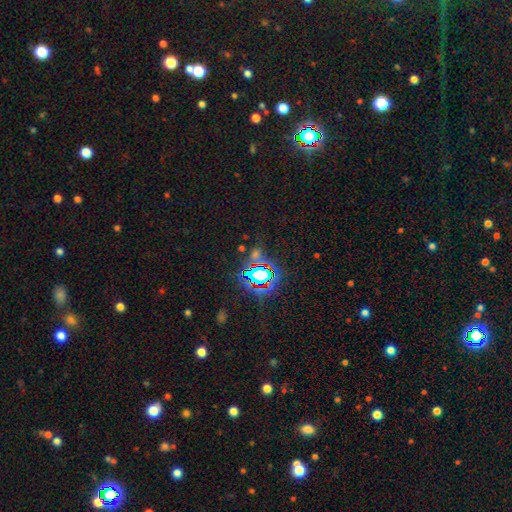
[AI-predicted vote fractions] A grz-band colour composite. It shows a star or artifact, not a galaxy (70%).